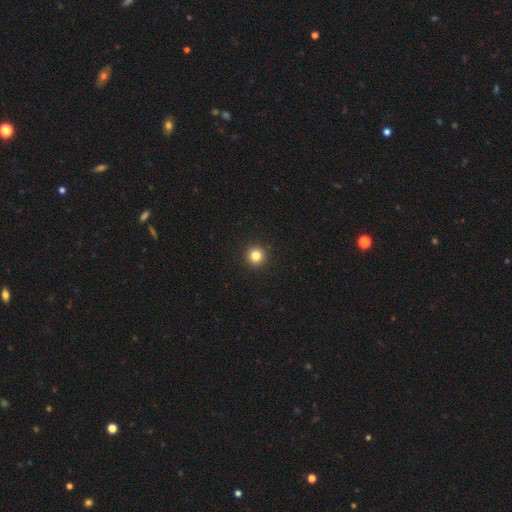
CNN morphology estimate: This is clearly a smooth galaxy (83%). How rounded: clearly round (96%). Merging: clearly none (94%).